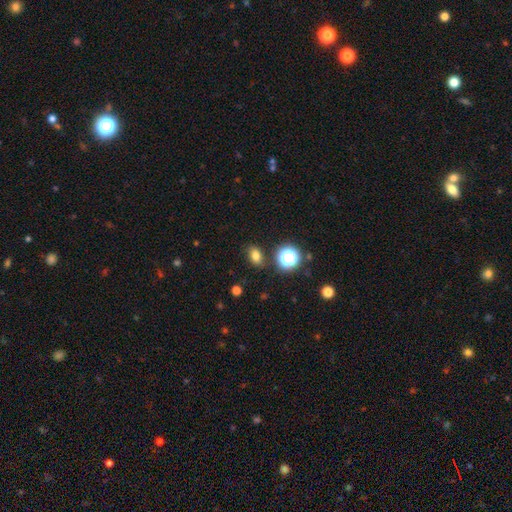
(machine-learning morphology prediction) A smooth galaxy with no disk features (76%) that is in between round and cigar-shaped (72%). Merging: none (83%).